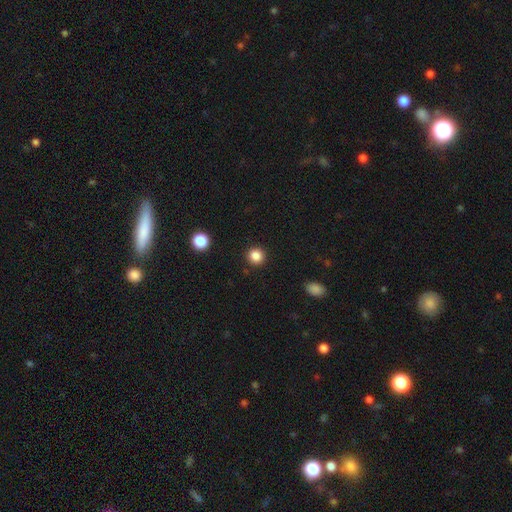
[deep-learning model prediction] Overall: smooth (85%). How rounded: round (94%). Merging: none (92%).